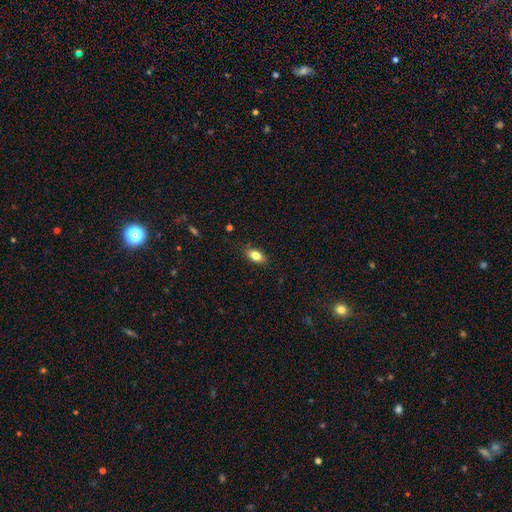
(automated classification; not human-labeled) Overall: smooth (82%). How rounded: in between (87%). Merging: none (84%).